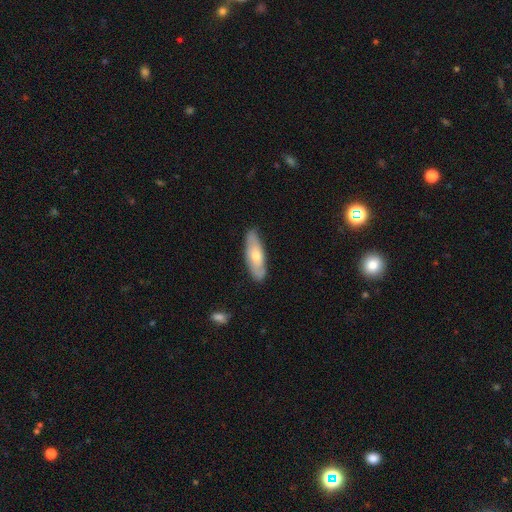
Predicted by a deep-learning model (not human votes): Smooth or featured: smooth — 52% (featured or disk — 42%)
How rounded: in between — 57% (cigar-shaped — 41%)
Merging: none — 84% (minor disturbance — 13%)